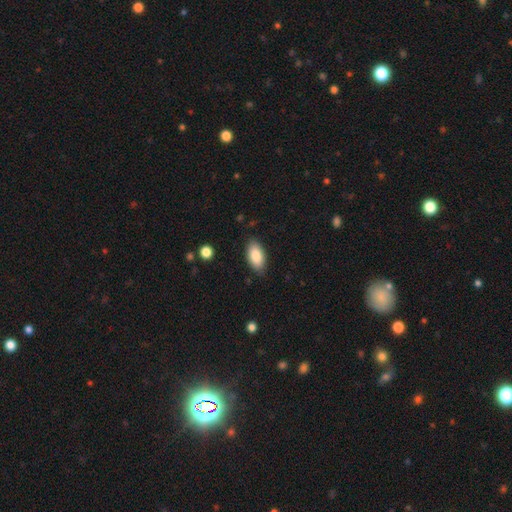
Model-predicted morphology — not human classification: This is clearly a smooth galaxy (86%). How rounded: clearly in between (92%). Merging: clearly none (84%).